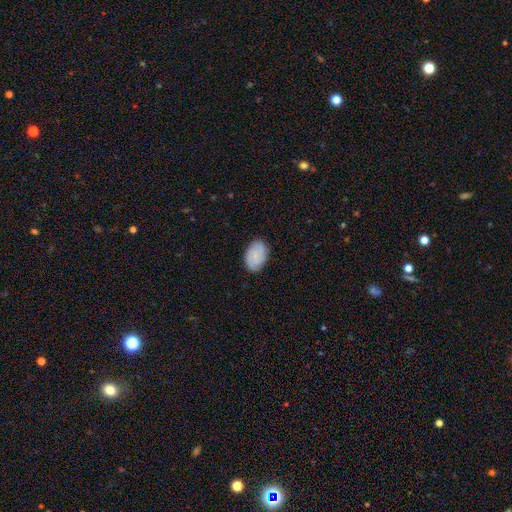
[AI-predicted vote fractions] This is possibly a smooth galaxy (58%). How rounded: clearly in between (82%). Merging: likely none (80%).